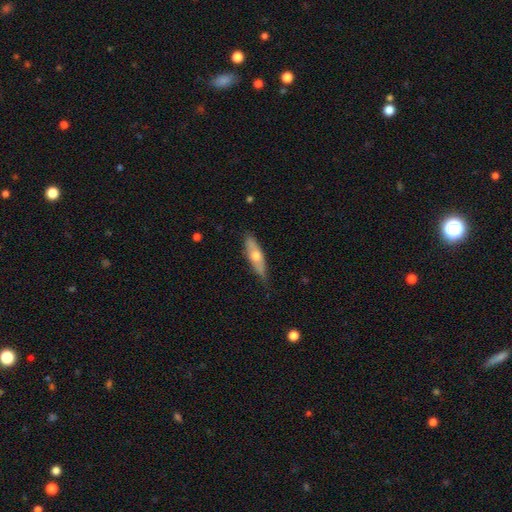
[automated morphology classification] Smooth or featured?
  - smooth: 54% *
  - featured or disk: 40%
  - star or artifact: 6%
How rounded?
  - cigar-shaped: 62% *
  - in between: 36%
  - round: 2%
Merging?
  - none: 75% *
  - minor disturbance: 20%
  - major disturbance: 3%
  - merger: 2%